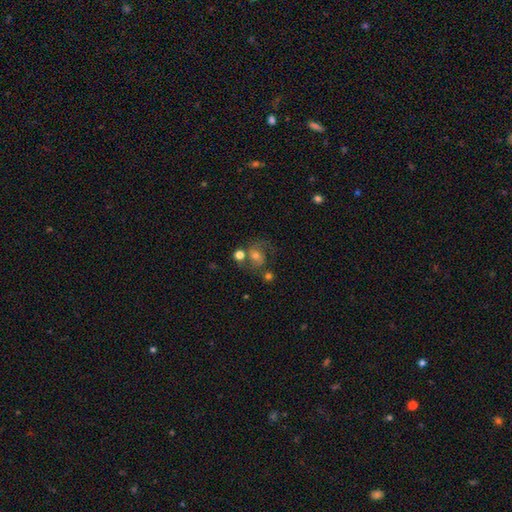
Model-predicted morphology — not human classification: Smooth or featured: featured or disk — 60% (smooth — 25%)
Edge-on disk: no — 97% (yes — 3%)
Bar: no — 54% (weak — 36%)
Spiral arms: yes — 85% (no — 15%)
Bulge size: moderate — 55% (small — 29%)
Merging: none — 50% (merger — 18%)